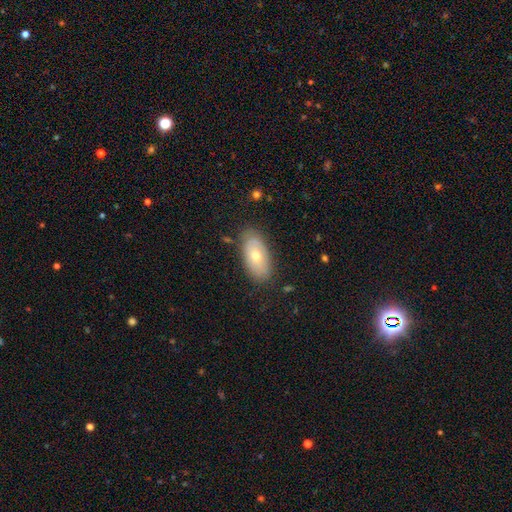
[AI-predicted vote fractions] This is possibly a smooth galaxy (54%). How rounded: clearly in between (93%). Merging: likely none (79%).